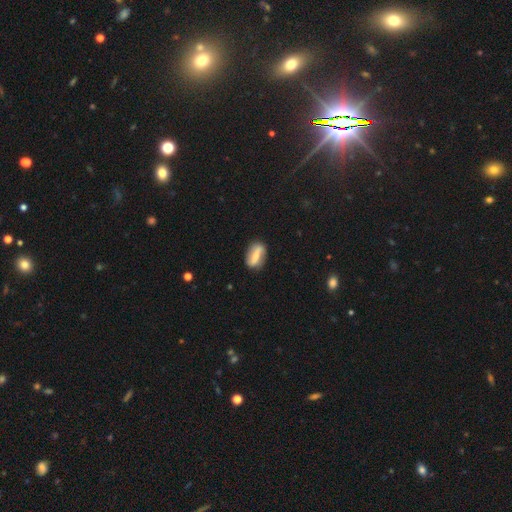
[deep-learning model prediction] This is likely a featured or disk galaxy (61%). It is clearly not viewed edge-on (88%). Bar: possibly strong (58%). Spiral arm pattern: likely yes (70%). Central bulge: possibly small (47%). Merging: clearly none (81%).